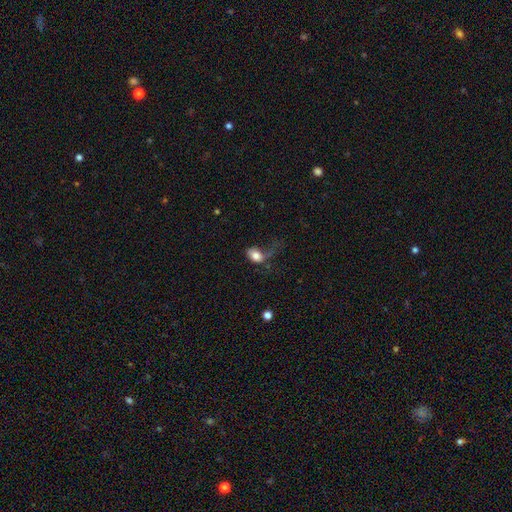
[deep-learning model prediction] This appears to be a smooth galaxy with no disk features (75%) that is in between round and cigar-shaped (74%). Merging: major disturbance (49%).